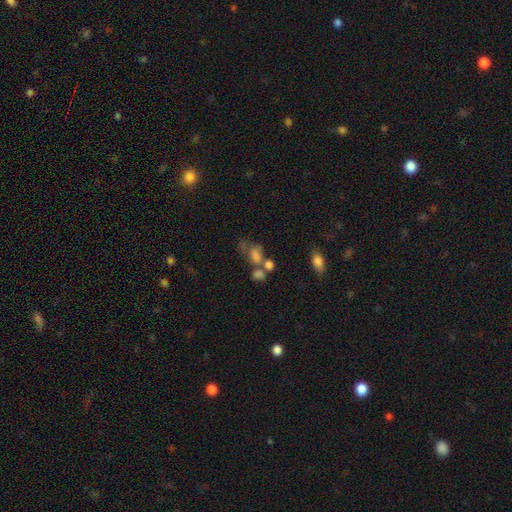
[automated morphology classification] Smooth or featured?
  - smooth: 65% *
  - featured or disk: 20%
  - star or artifact: 16%
How rounded?
  - in between: 69% *
  - round: 28%
  - cigar-shaped: 3%
Merging?
  - merger: 44% *
  - none: 25%
  - major disturbance: 18%
  - minor disturbance: 14%